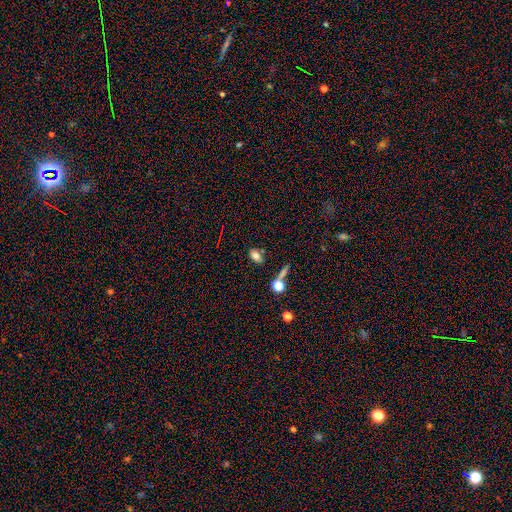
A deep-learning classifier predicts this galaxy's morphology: The model was most divided on "smooth or featured": smooth: 74%, star or artifact: 14%, featured or disk: 12%. More confident: how rounded — in between (82%); merging — none (76%).